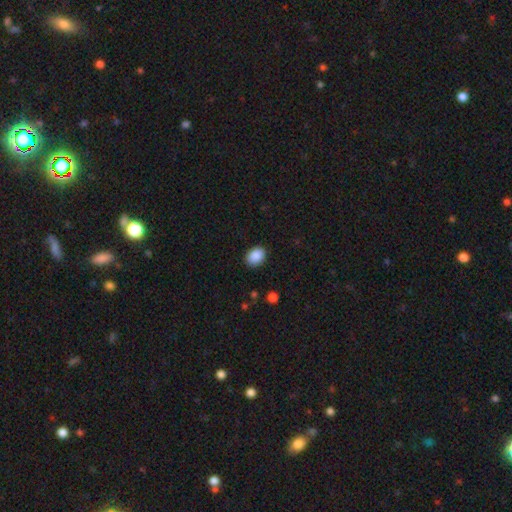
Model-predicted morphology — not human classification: Smooth or featured: smooth — 90% (star or artifact — 8%)
How rounded: in between — 69% (round — 30%)
Merging: none — 88% (minor disturbance — 9%)